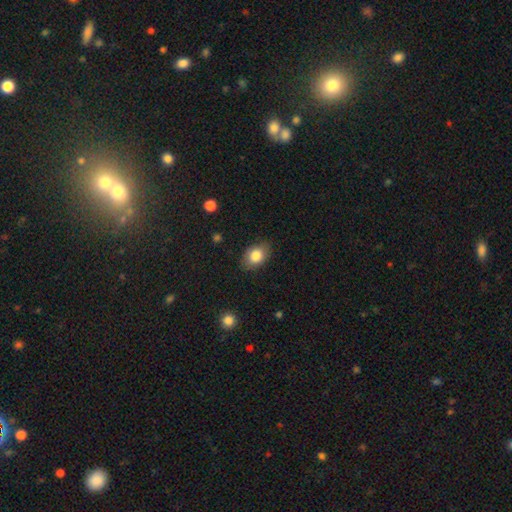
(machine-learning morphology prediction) Smooth or featured: smooth — 82% (featured or disk — 10%)
How rounded: in between — 81% (round — 18%)
Merging: none — 82% (minor disturbance — 13%)